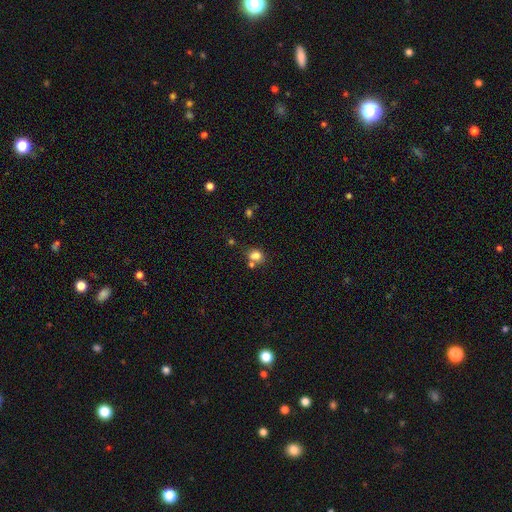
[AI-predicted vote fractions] This appears to be a smooth galaxy with no disk features (79%) that is round (54%). Merging: none (52%).